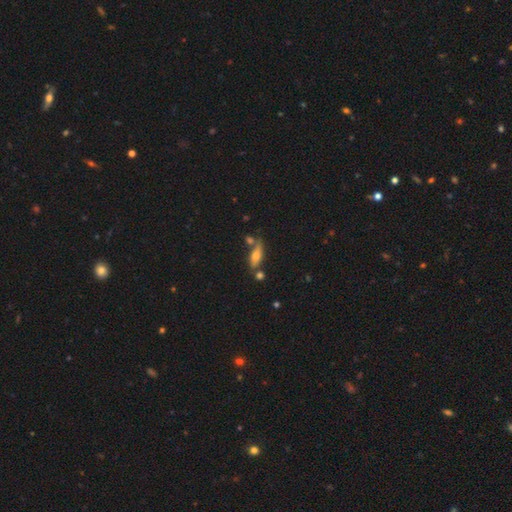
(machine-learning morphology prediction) type=smooth (61%); roundness=in between (57%); merging=none (59%).